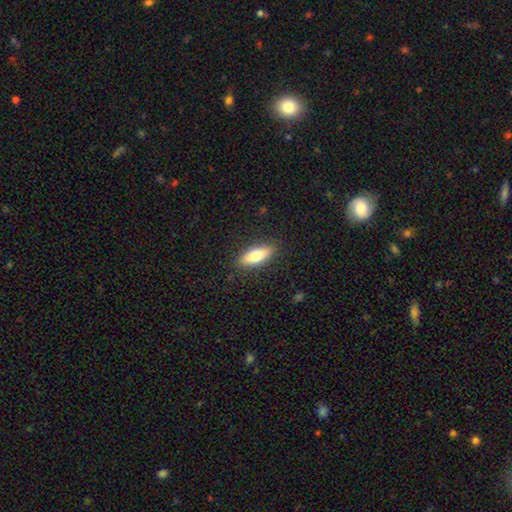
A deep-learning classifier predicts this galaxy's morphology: smooth-or-featured: smooth: 73% | featured or disk: 21% | star or artifact: 6%
  how-rounded: in between: 69% | cigar-shaped: 28% | round: 3%
  merging: none: 87% | minor disturbance: 9% | major disturbance: 2% | merger: 1%